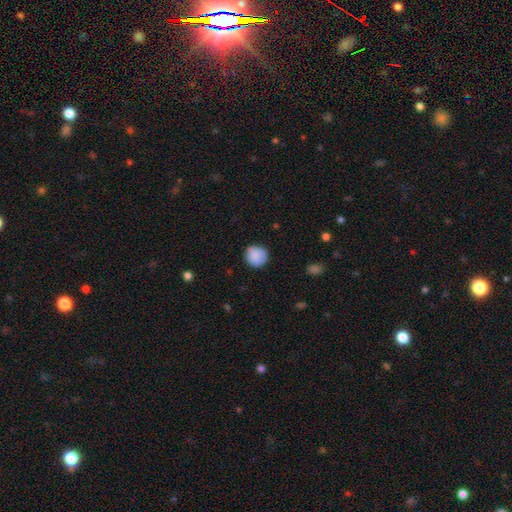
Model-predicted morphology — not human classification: Smooth or featured: smooth — 87% (star or artifact — 7%)
How rounded: round — 90% (in between — 9%)
Merging: none — 83% (minor disturbance — 13%)